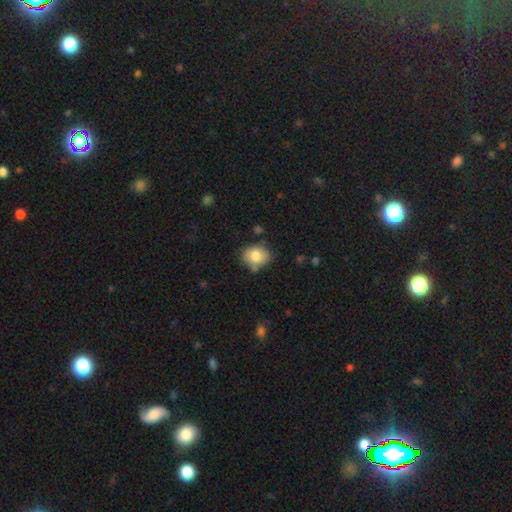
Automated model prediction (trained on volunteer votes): This is likely a smooth galaxy (79%). How rounded: possibly in between (51%). Merging: likely none (71%).